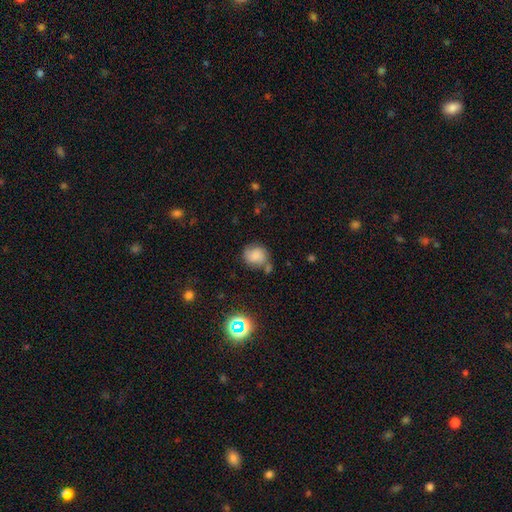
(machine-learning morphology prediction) smooth 72%, featured or disk 15%, star or artifact 13%. Down the decision tree: how rounded — round (73%); merging — none (57%).